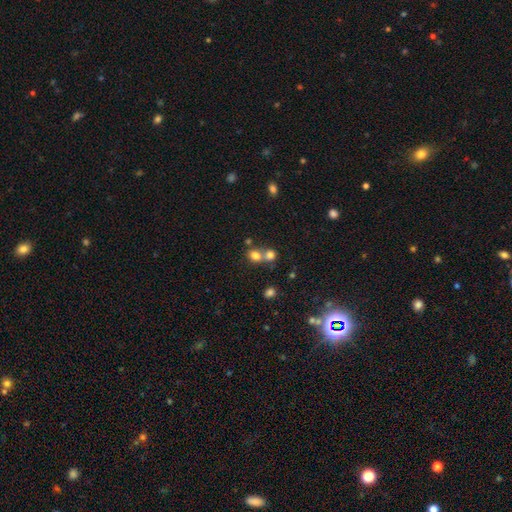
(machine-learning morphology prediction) Smooth or featured? Predicted: smooth (p=0.76). How rounded? Predicted: round (p=0.72). Merging? Predicted: merger (p=0.56).